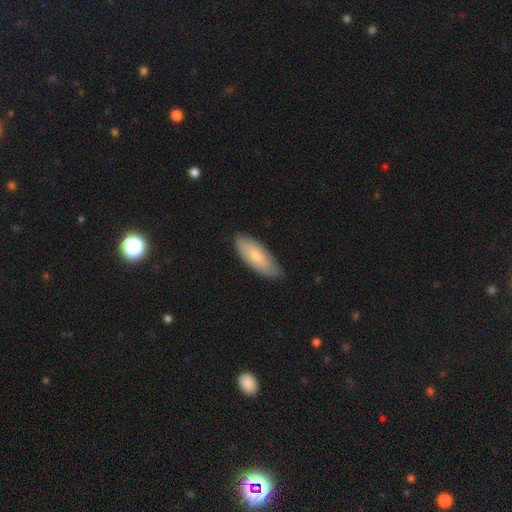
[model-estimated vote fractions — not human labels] smooth 72%, featured or disk 23%, star or artifact 5%. Down the decision tree: how rounded — in between (77%); merging — none (82%).